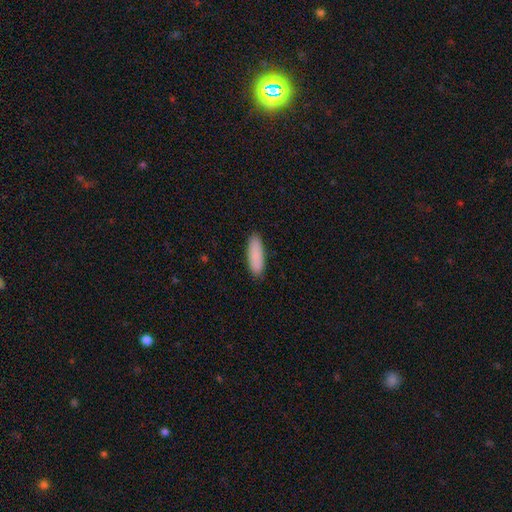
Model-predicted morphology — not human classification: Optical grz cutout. It shows a smooth galaxy with no disk features (89%) that is cigar-shaped (55%). Merging: none (89%).